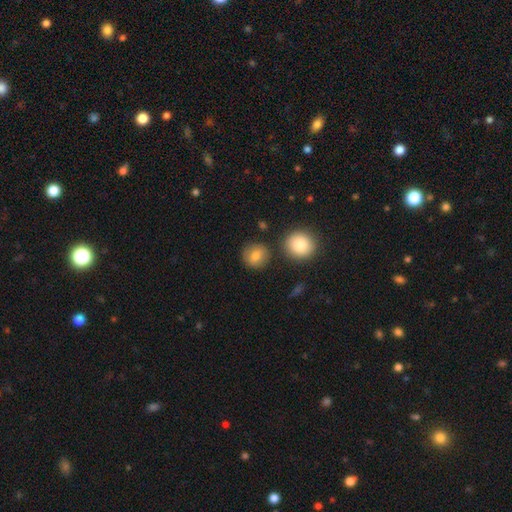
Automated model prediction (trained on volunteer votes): smooth-or-featured: smooth: 81% | featured or disk: 10% | star or artifact: 9%
  how-rounded: round: 89% | in between: 10% | cigar-shaped: 1%
  merging: none: 82% | minor disturbance: 9% | merger: 6% | major disturbance: 3%